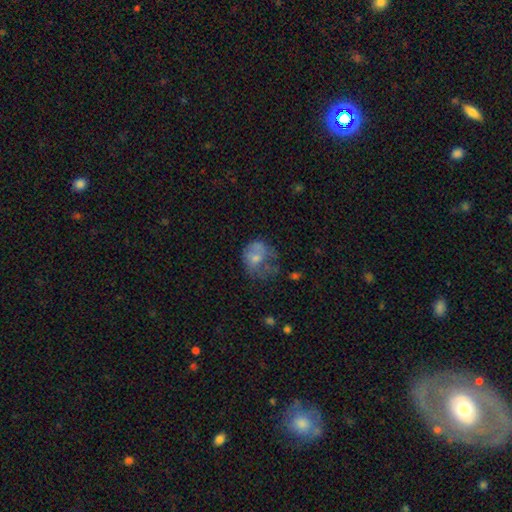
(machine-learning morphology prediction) A smooth galaxy with no disk features (56%) that is round (57%).

Vote fractions:
- Smooth or featured? smooth: 56% / featured or disk: 34% / star or artifact: 10%
- How rounded? round: 57% / in between: 42% / cigar-shaped: 1%
- Merging? major disturbance: 39% / none: 28% / minor disturbance: 25% / merger: 8%